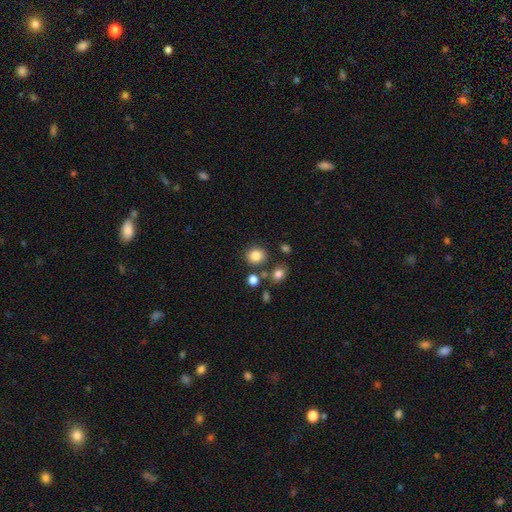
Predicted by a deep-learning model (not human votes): The model was most divided on "how rounded": round: 80%, in between: 19%, cigar-shaped: 1%. More confident: smooth or featured — smooth (83%); merging — none (79%).